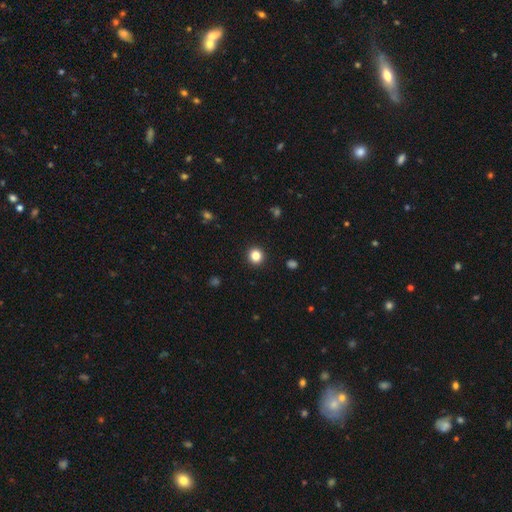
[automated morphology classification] smooth-or-featured: smooth: 84% | star or artifact: 12% | featured or disk: 4%
  how-rounded: round: 92% | in between: 7% | cigar-shaped: 1%
  merging: none: 93% | minor disturbance: 4% | major disturbance: 2% | merger: 1%